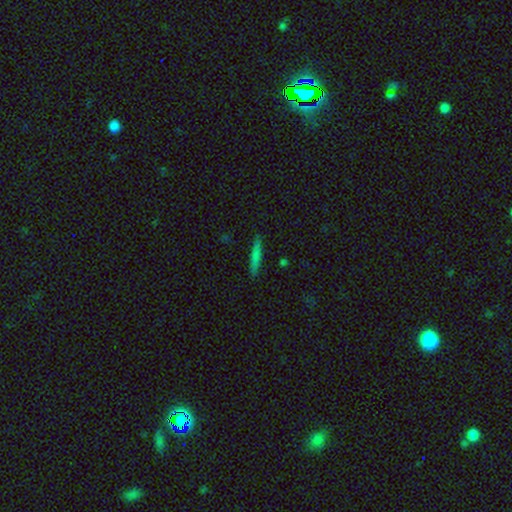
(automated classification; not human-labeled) Q: Smooth or featured?
A: smooth (73%); runner-up: featured or disk (19%)
Q: How rounded?
A: cigar-shaped (92%); runner-up: in between (6%)
Q: Merging?
A: none (88%); runner-up: minor disturbance (9%)